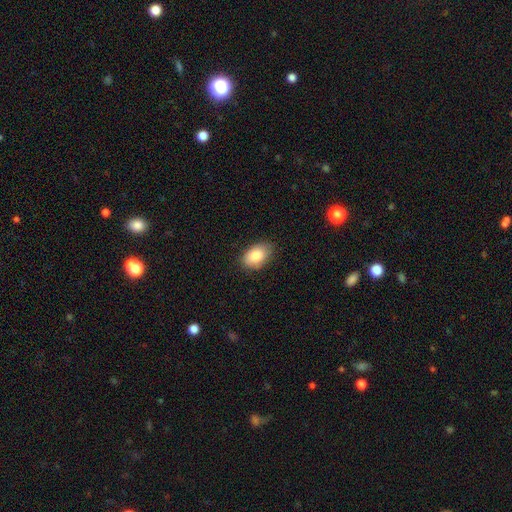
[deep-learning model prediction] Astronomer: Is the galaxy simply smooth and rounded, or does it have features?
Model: smooth — 85%.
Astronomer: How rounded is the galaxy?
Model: in between — 90%.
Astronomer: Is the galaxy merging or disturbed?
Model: none — 82%.